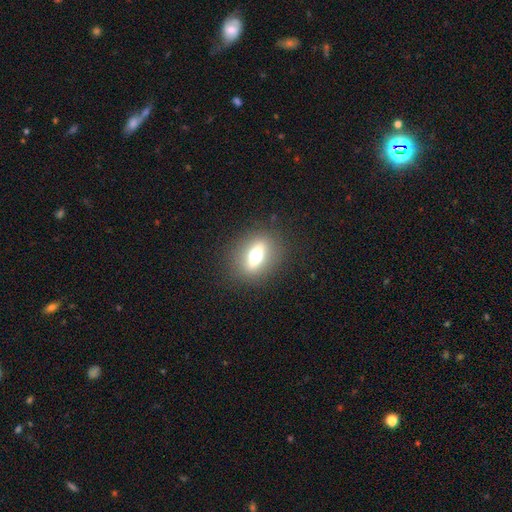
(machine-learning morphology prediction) This appears to be a smooth galaxy with no disk features (53%) that is in between round and cigar-shaped (55%). Merging: none (86%).